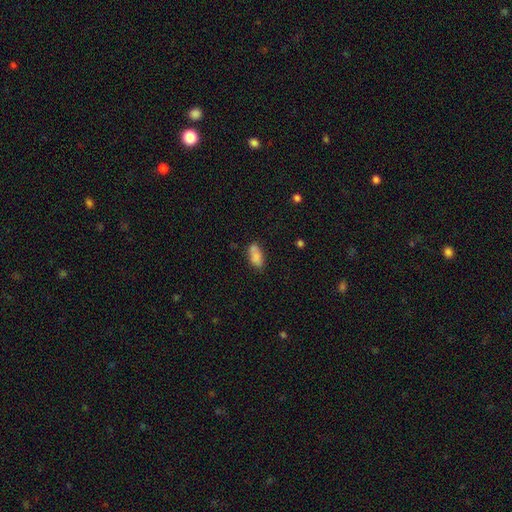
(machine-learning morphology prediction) A smooth galaxy with no disk features (79%) that is in between round and cigar-shaped (87%).

Vote fractions:
- Smooth or featured? smooth: 79% / featured or disk: 13% / star or artifact: 9%
- How rounded? in between: 87% / cigar-shaped: 8% / round: 4%
- Merging? none: 56% / minor disturbance: 22% / merger: 16% / major disturbance: 6%